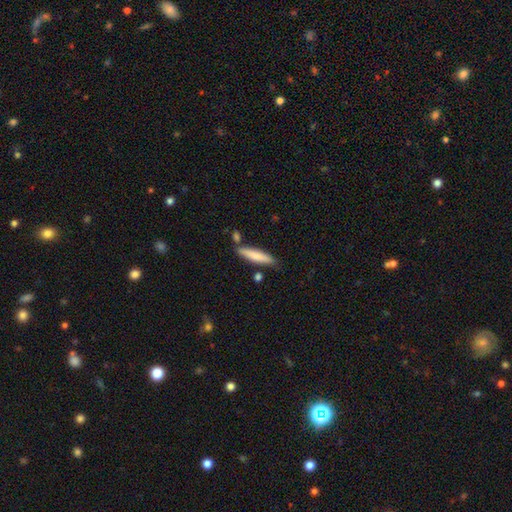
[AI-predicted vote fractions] Q: Smooth or featured?
A: smooth (75%); runner-up: featured or disk (19%)
Q: How rounded?
A: cigar-shaped (83%); runner-up: in between (15%)
Q: Merging?
A: none (76%); runner-up: minor disturbance (13%)